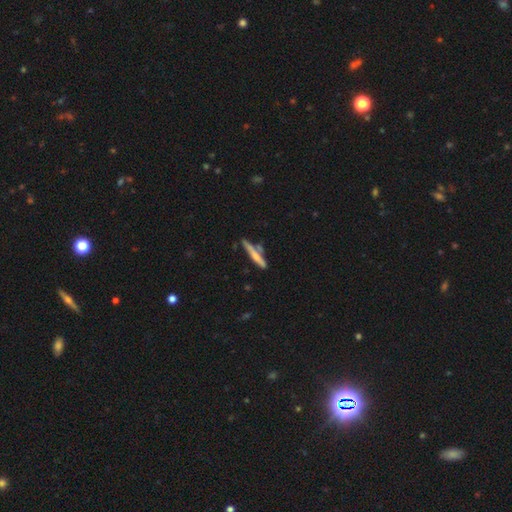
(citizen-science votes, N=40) This appears to be a smooth galaxy with no disk features (70%) that is cigar-shaped (100%). Merging: none (39%).